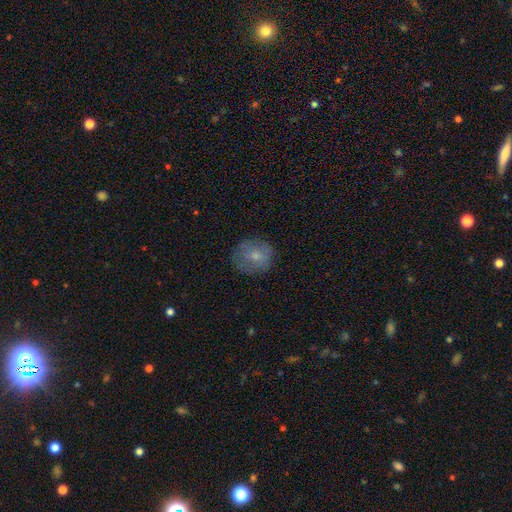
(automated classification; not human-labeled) Overall: smooth (67%). How rounded: round (83%). Merging: none (77%).